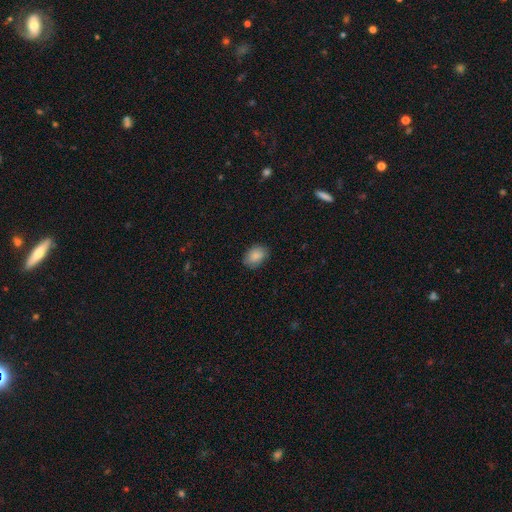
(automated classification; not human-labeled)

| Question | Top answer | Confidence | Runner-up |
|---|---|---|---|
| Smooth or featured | smooth | 86% | star or artifact (7%) |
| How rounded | in between | 78% | round (21%) |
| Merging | none | 82% | minor disturbance (14%) |